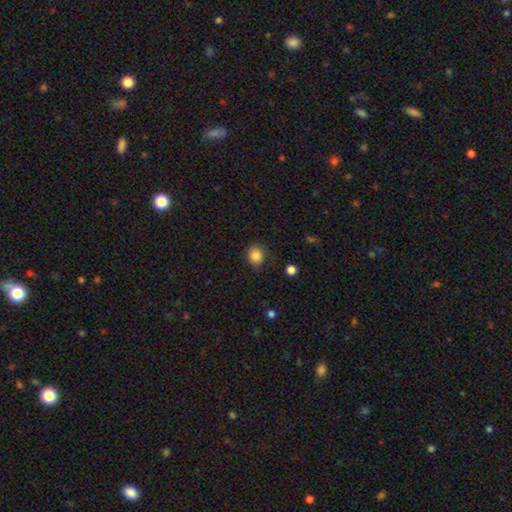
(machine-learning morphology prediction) smooth 85%, star or artifact 10%, featured or disk 5%. Down the decision tree: how rounded — round (82%); merging — none (79%).